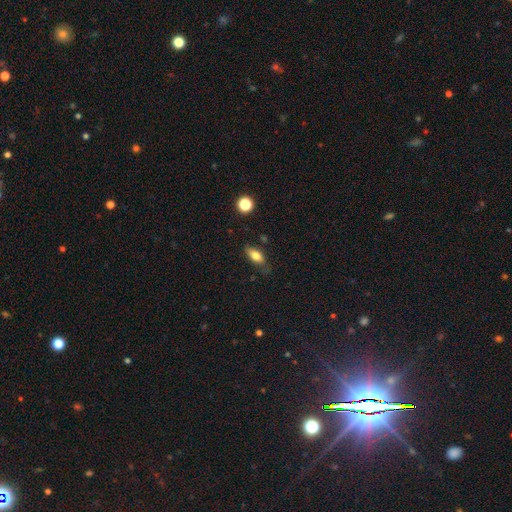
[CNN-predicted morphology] This appears to be a smooth galaxy with no disk features (78%) that is in between round and cigar-shaped (83%). Merging: none (72%).